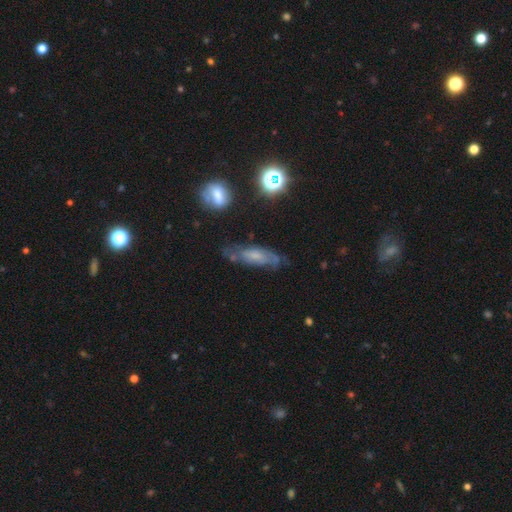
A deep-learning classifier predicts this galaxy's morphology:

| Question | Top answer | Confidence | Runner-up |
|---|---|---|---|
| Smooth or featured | featured or disk | 54% | smooth (34%) |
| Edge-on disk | no | 77% | yes (23%) |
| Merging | none | 59% | minor disturbance (25%) |